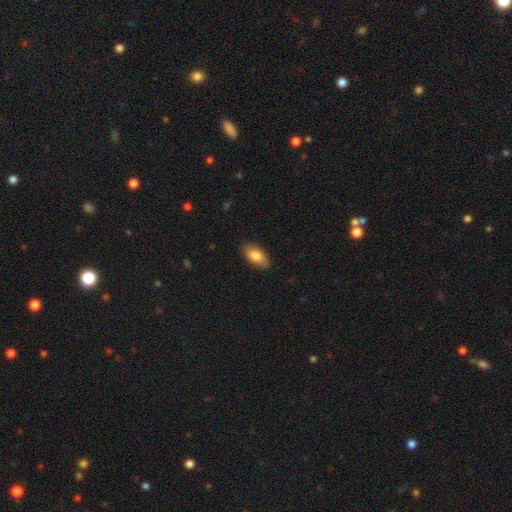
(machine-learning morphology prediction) This is clearly a smooth galaxy (82%). How rounded: clearly in between (92%). Merging: clearly none (83%).